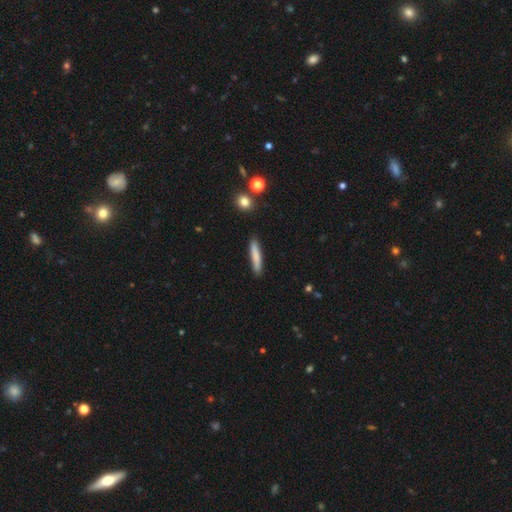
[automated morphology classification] type=smooth (78%); roundness=cigar-shaped (91%); merging=none (87%).